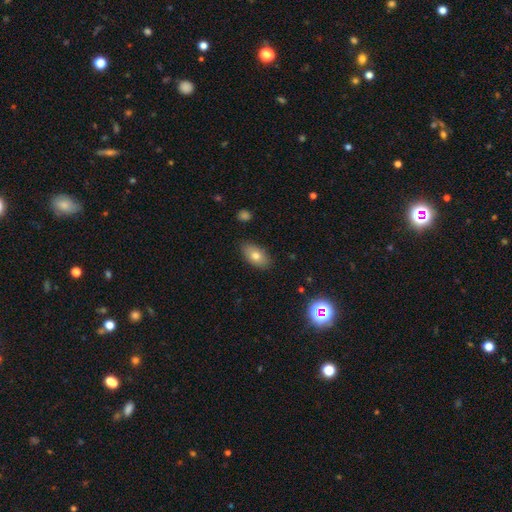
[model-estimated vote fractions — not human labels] A smooth galaxy with no disk features (75%) that is in between round and cigar-shaped (91%).

Vote fractions:
- Smooth or featured? smooth: 75% / featured or disk: 17% / star or artifact: 8%
- How rounded? in between: 91% / round: 6% / cigar-shaped: 3%
- Merging? none: 85% / minor disturbance: 11% / major disturbance: 2% / merger: 1%